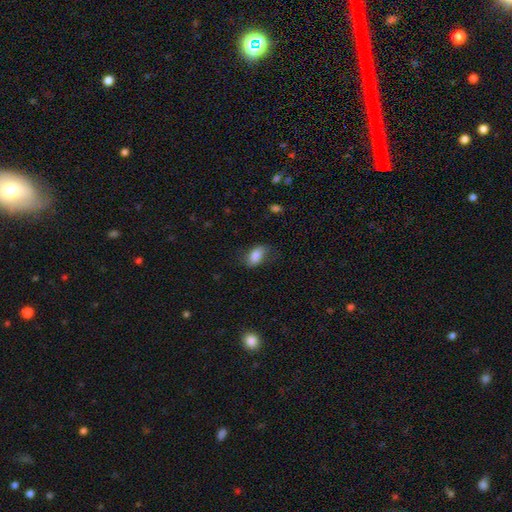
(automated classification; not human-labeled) Smooth or featured? smooth (82%)
How rounded? in between (90%)
Merging? none (68%)